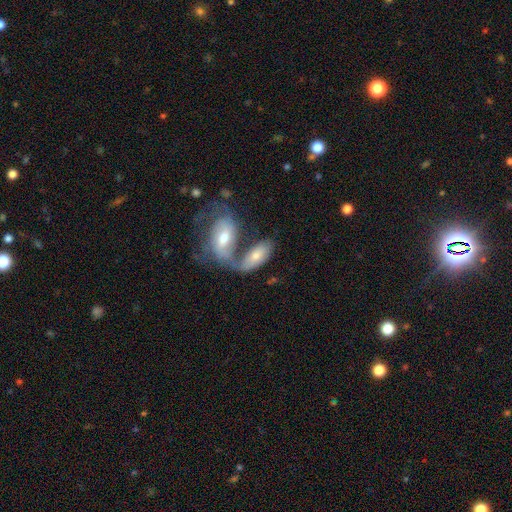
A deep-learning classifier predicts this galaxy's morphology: type=smooth (52%); roundness=in between (86%); merging=merger (62%).